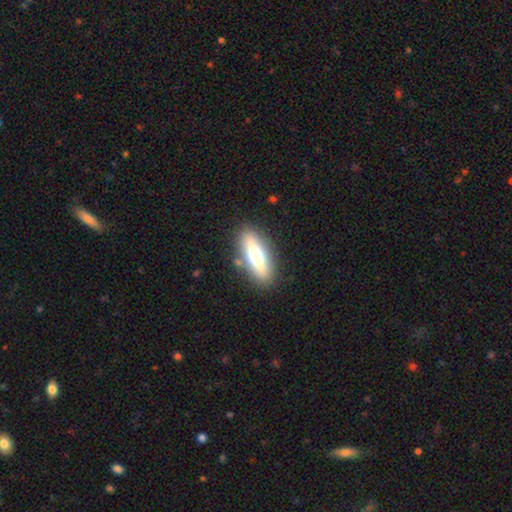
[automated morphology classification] type=smooth (61%); roundness=in between (56%); merging=none (85%).